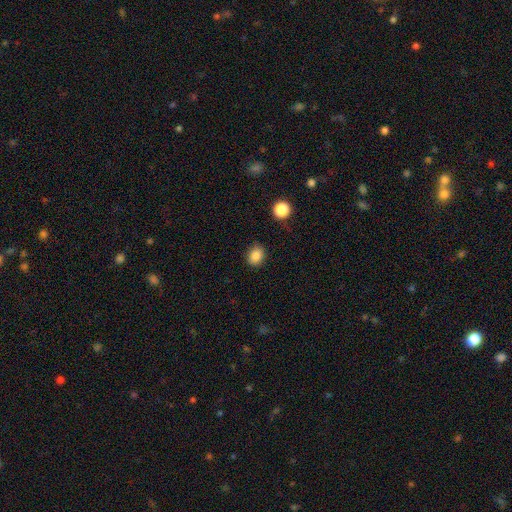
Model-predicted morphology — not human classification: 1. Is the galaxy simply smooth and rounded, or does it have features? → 86% smooth, 10% star or artifact, 3% featured or disk.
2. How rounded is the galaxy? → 50% round, 49% in between, 1% cigar-shaped.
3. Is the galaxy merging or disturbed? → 84% none, 11% minor disturbance, 3% major disturbance, 2% merger.